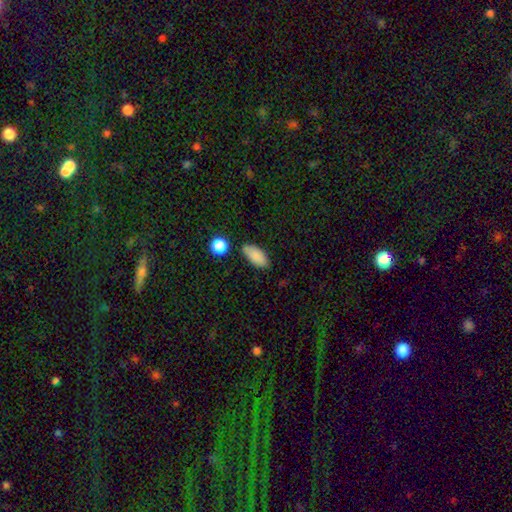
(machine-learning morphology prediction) smooth 87%, star or artifact 8%, featured or disk 5%. Down the decision tree: how rounded — in between (90%); merging — none (75%).